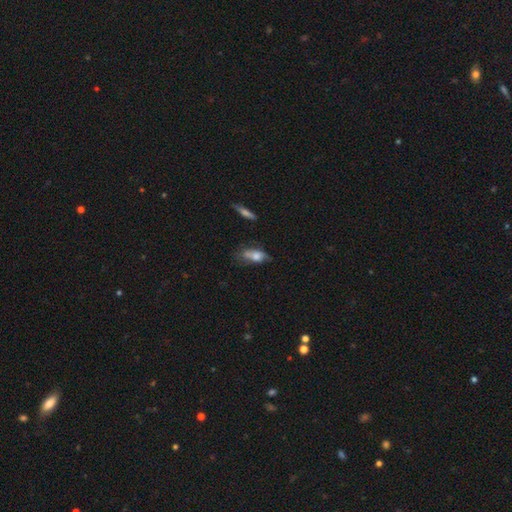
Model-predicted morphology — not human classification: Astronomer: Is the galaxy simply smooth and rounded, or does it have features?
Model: smooth — 64%.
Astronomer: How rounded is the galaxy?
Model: in between — 76%.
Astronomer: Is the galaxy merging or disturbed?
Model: none — 35% (runner-up: minor disturbance, 32%).